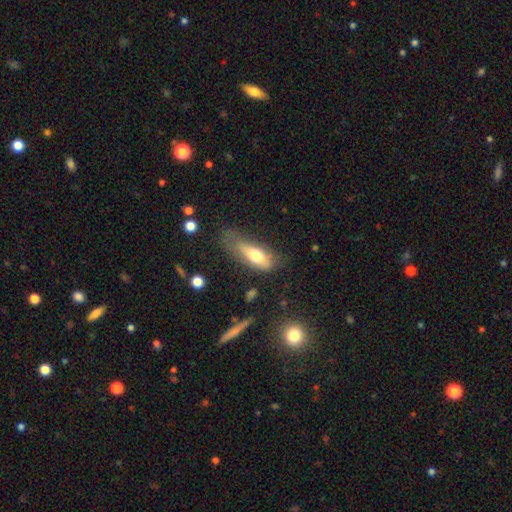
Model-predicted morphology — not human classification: This appears to be a smooth galaxy with no disk features (63%) that is in between round and cigar-shaped (66%). Merging: none (41%).